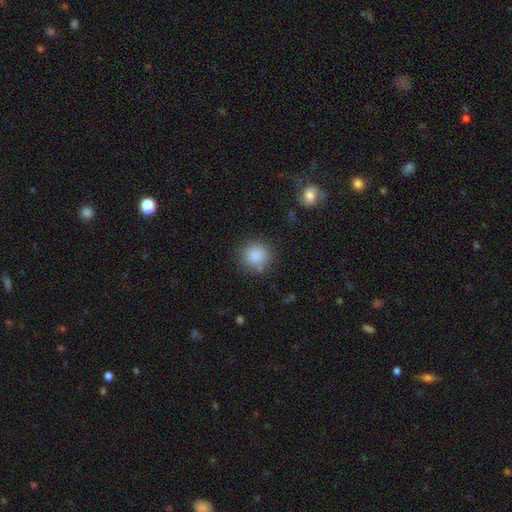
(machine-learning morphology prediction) A smooth galaxy with no disk features (86%) that is round (89%).

Vote fractions:
- Smooth or featured? smooth: 86% / star or artifact: 9% / featured or disk: 5%
- How rounded? round: 89% / in between: 10% / cigar-shaped: 1%
- Merging? none: 82% / minor disturbance: 11% / major disturbance: 4% / merger: 4%